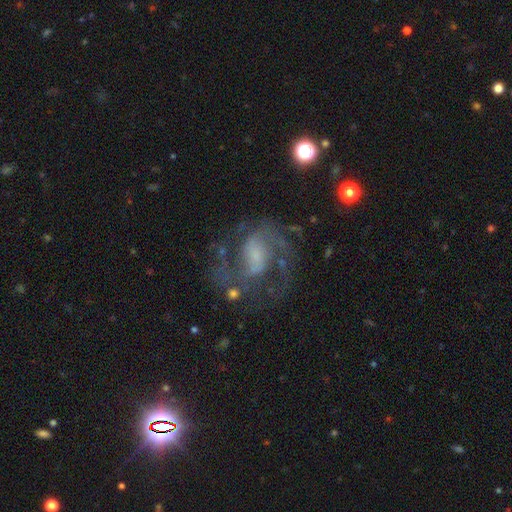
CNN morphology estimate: This is clearly a featured or disk galaxy (83%). It is clearly not viewed edge-on (98%). Bar: possibly weak (47%). Spiral arm pattern: clearly yes (92%). Spiral arm count: likely 2 (75%). Spiral winding: possibly medium (56%). Central bulge: marginally small (38%). Merging: likely none (62%).